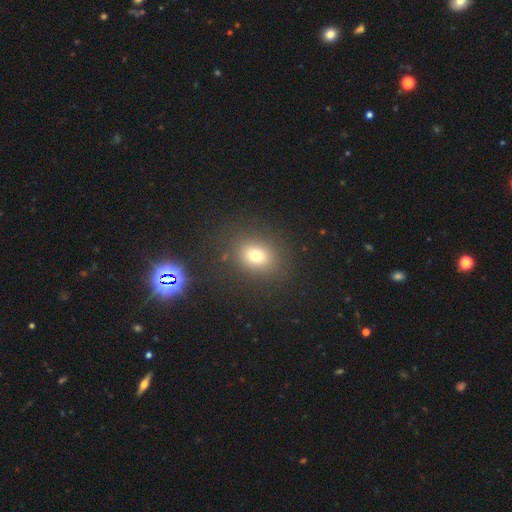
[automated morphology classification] type=smooth (73%); roundness=round (59%); merging=none (85%).